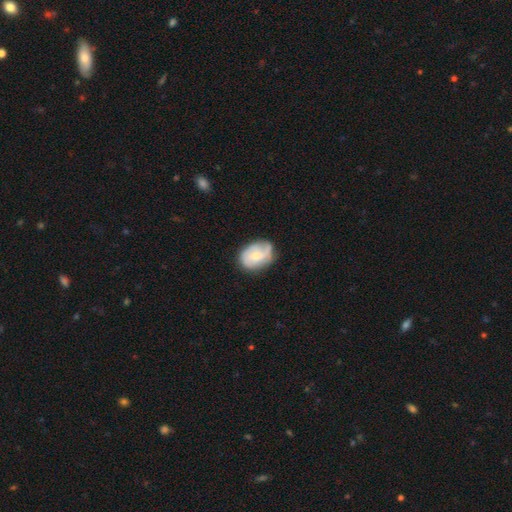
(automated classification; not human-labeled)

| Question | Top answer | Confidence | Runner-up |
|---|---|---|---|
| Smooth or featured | featured or disk | 58% | smooth (35%) |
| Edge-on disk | no | 97% | yes (3%) |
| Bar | no | 67% | weak (28%) |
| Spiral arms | yes | 79% | no (21%) |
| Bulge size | small | 50% | moderate (46%) |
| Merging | none | 58% | minor disturbance (30%) |